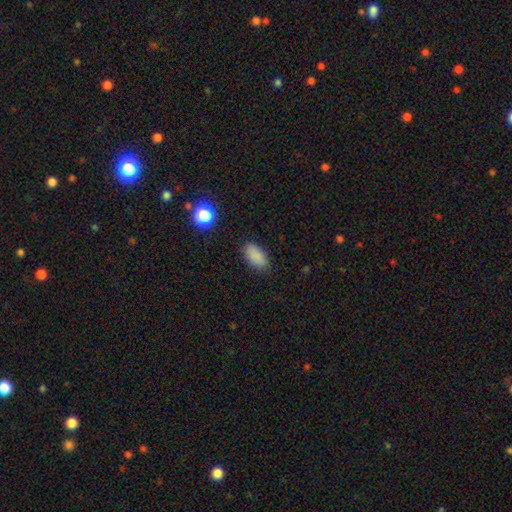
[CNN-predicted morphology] This is clearly a smooth galaxy (86%). How rounded: clearly in between (91%). Merging: clearly none (83%).